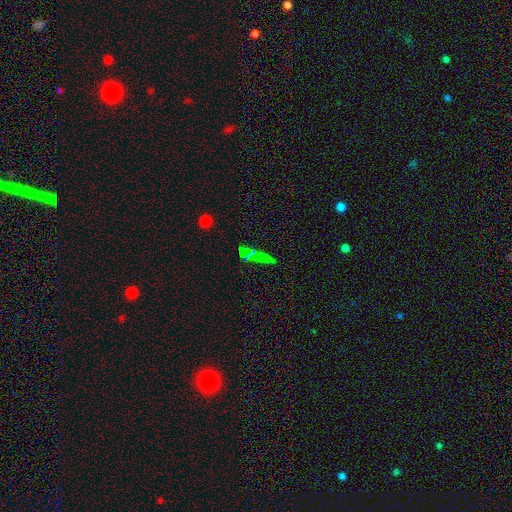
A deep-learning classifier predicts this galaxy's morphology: A star or artifact, not a galaxy (48%).